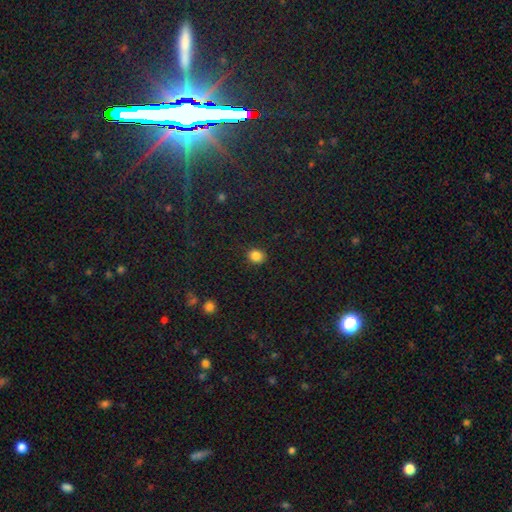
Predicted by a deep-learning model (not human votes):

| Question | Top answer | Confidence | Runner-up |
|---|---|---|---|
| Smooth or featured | smooth | 85% | star or artifact (11%) |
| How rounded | round | 71% | in between (28%) |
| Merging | none | 89% | minor disturbance (8%) |